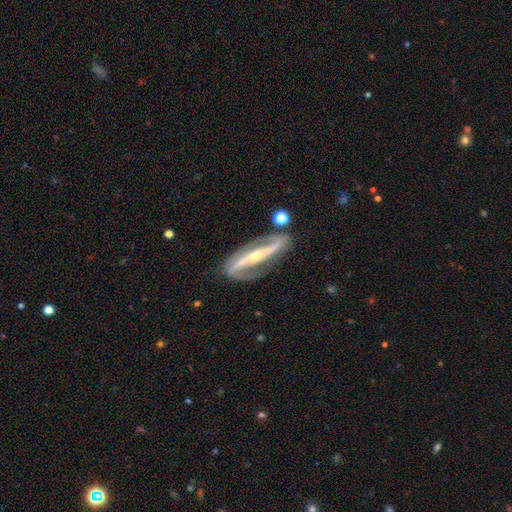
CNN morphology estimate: Smooth or featured: featured or disk — 91% (smooth — 5%)
Edge-on disk: no — 87% (yes — 13%)
Bar: strong — 75% (no — 13%)
Spiral arms: yes — 95% (no — 5%)
Spiral winding: medium — 45% (tight — 28%)
Spiral arm count: 2 — 93% (can't tell — 2%)
Bulge size: small — 55% (moderate — 40%)
Merging: none — 81% (minor disturbance — 12%)